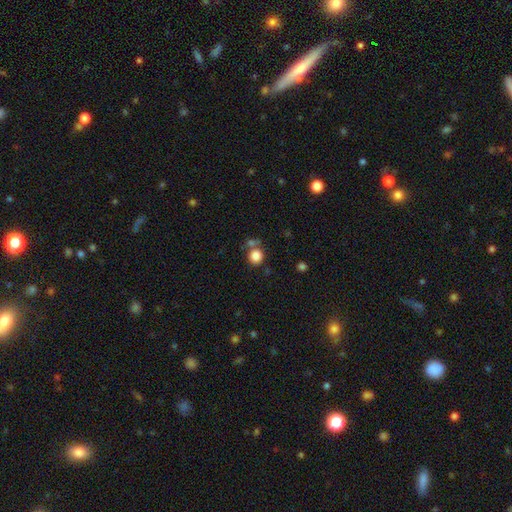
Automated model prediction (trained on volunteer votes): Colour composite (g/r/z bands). It shows a smooth galaxy with no disk features (85%) that is round (88%). Merging: none (64%).